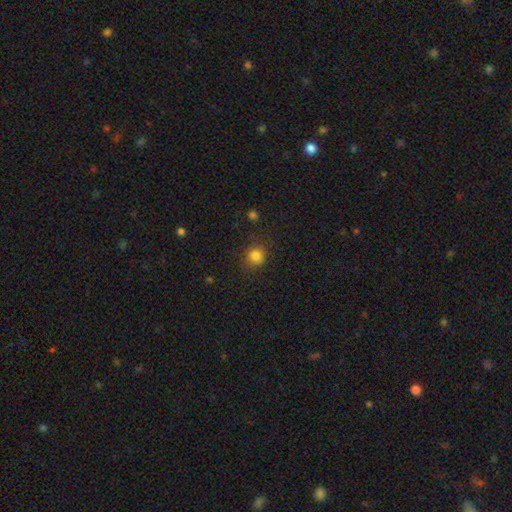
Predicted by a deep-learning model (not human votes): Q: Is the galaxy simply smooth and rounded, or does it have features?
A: smooth — 83%.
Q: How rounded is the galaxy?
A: round — 89%.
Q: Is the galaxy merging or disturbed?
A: none — 84%.